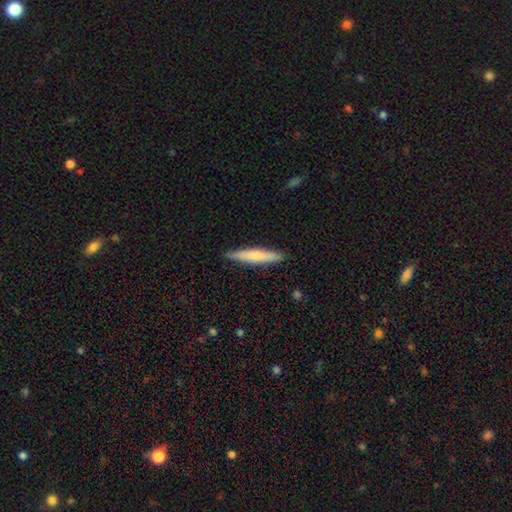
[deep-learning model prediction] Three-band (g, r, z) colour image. It shows a smooth galaxy with no disk features (71%) that is cigar-shaped (91%). Merging: none (89%).